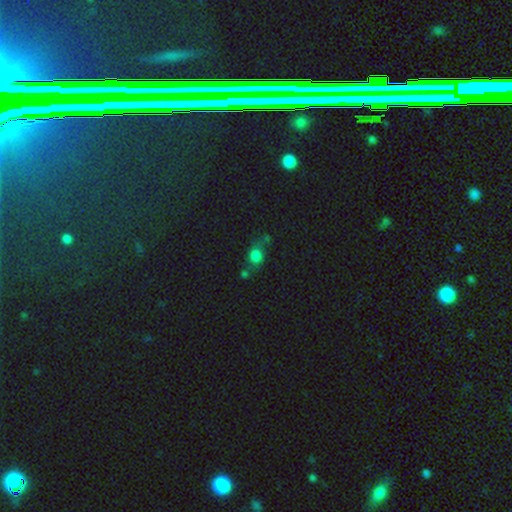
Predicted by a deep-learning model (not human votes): smooth 68%, star or artifact 20%, featured or disk 12%. Down the decision tree: how rounded — round (62%); merging — none (48%).